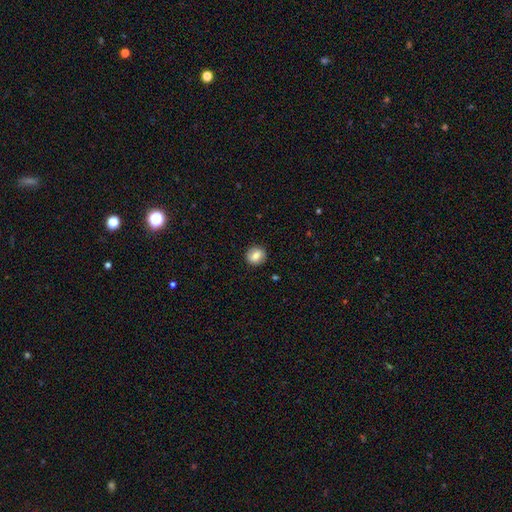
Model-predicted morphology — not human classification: This is likely a smooth galaxy (77%). How rounded: clearly round (88%). Merging: clearly none (89%).